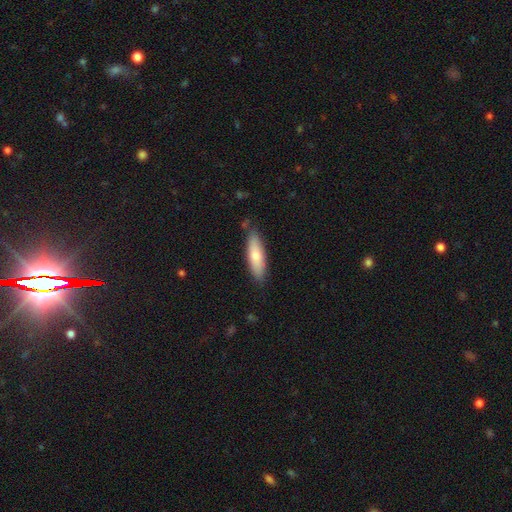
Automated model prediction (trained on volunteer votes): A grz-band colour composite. It shows a smooth galaxy with no disk features (73%) that is cigar-shaped (58%). Merging: none (82%).